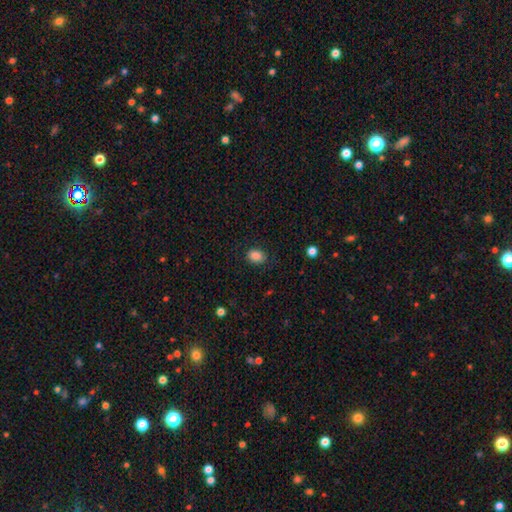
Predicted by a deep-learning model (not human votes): smooth 86%, star or artifact 9%, featured or disk 4%. Down the decision tree: how rounded — in between (68%); merging — none (85%).